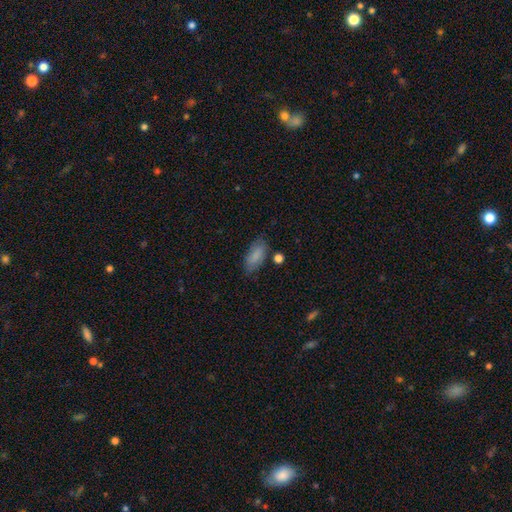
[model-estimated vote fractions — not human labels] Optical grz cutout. It shows a smooth galaxy with no disk features (85%) that is in between round and cigar-shaped (89%). Merging: none (74%).